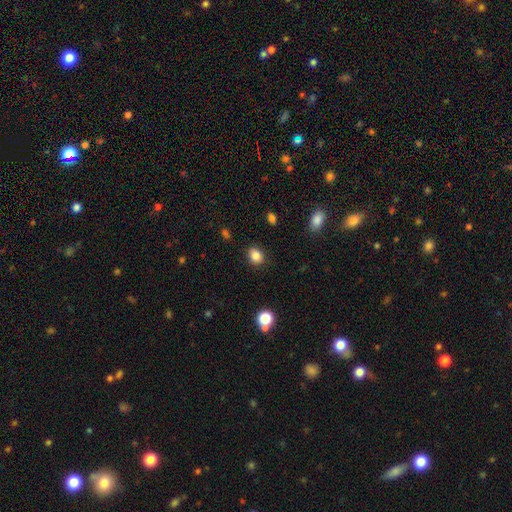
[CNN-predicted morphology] type=smooth (85%); roundness=round (56%); merging=none (87%).